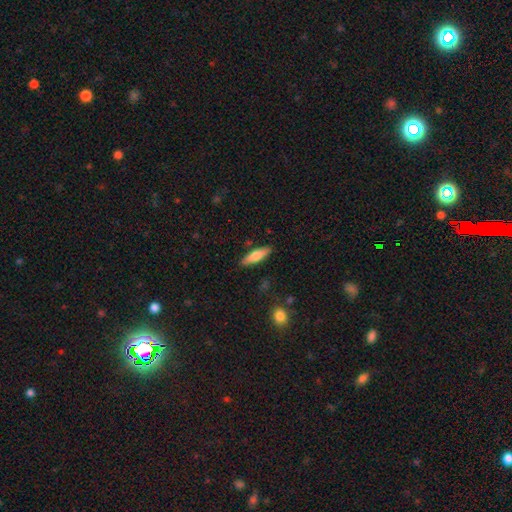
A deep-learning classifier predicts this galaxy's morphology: Smooth or featured? Predicted: smooth (p=0.70). How rounded? Predicted: cigar-shaped (p=0.61). Merging? Predicted: none (p=0.87).